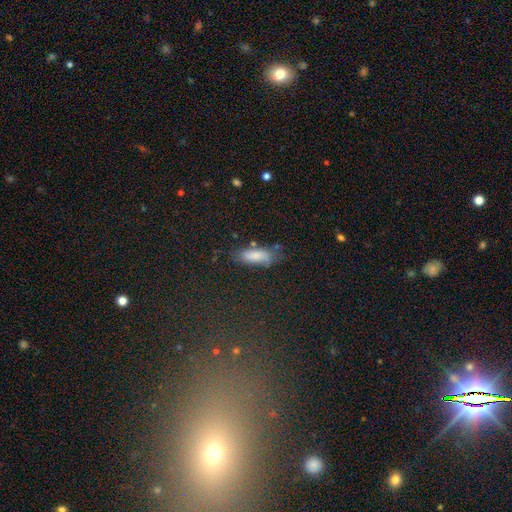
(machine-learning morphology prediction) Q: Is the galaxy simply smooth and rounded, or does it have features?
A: smooth — 78%.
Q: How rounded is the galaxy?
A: in between — 69%.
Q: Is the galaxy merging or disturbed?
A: none — 63%.